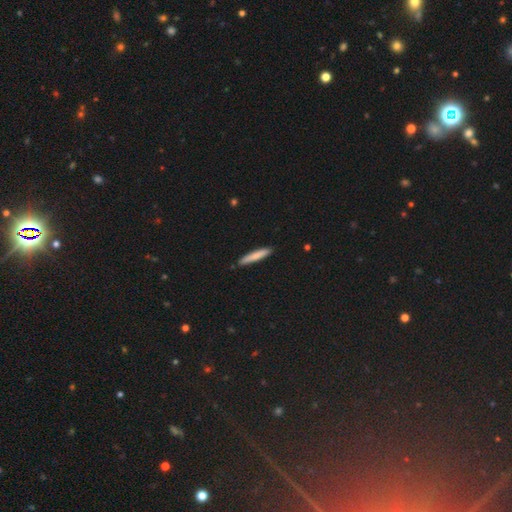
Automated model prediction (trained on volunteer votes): Smooth or featured?
  - smooth: 76% *
  - featured or disk: 18%
  - star or artifact: 5%
How rounded?
  - cigar-shaped: 93% *
  - in between: 5%
  - round: 1%
Merging?
  - none: 89% *
  - minor disturbance: 8%
  - major disturbance: 1%
  - merger: 1%